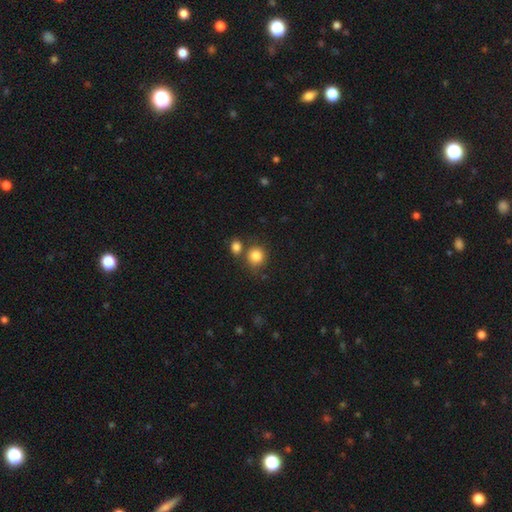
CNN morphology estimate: The model was most divided on "merging": none: 65%, merger: 22%, minor disturbance: 10%, major disturbance: 3%. More confident: how rounded — round (87%); smooth or featured — smooth (84%).